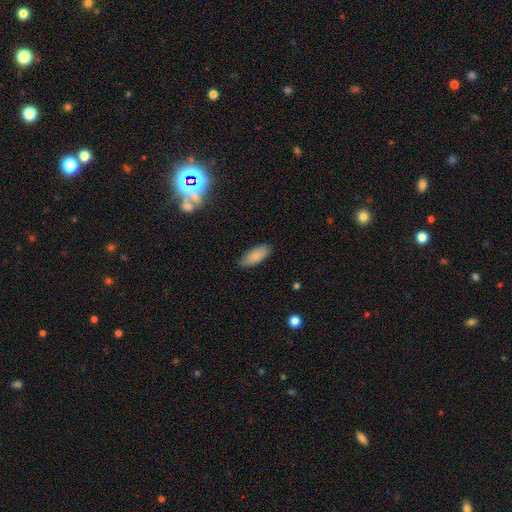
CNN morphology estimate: The model was most divided on "how rounded": in between: 82%, cigar-shaped: 16%, round: 2%. More confident: merging — none (85%); smooth or featured — smooth (84%).